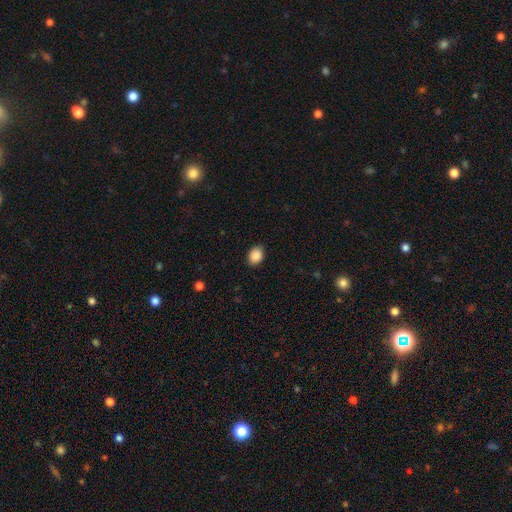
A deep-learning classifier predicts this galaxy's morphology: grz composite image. It shows a smooth galaxy with no disk features (89%) that is in between round and cigar-shaped (67%). Merging: none (87%).